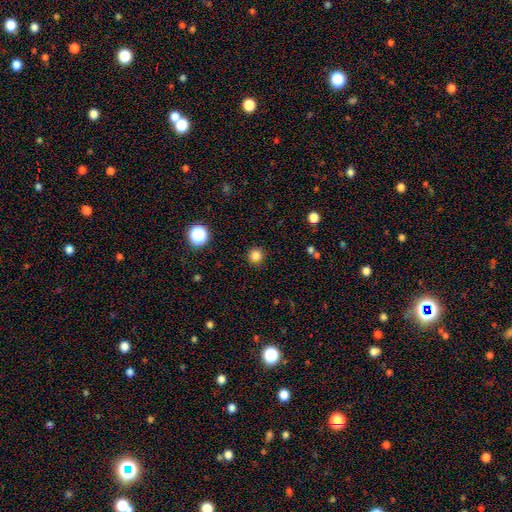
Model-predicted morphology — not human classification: Smooth or featured: smooth — 83% (star or artifact — 14%)
How rounded: round — 95% (in between — 4%)
Merging: none — 91% (minor disturbance — 6%)